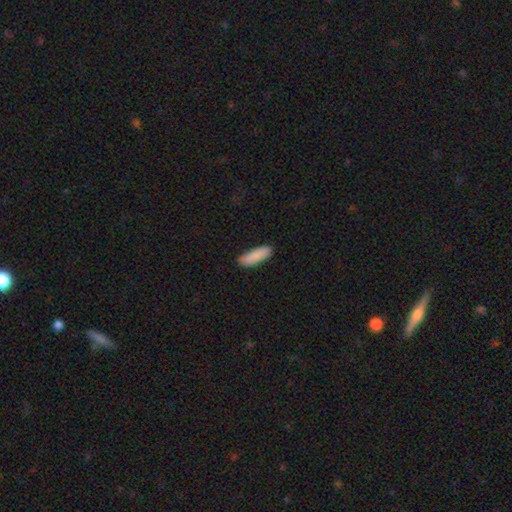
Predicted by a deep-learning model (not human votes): Smooth or featured? smooth (89%)
How rounded? in between (52%)
Merging? none (87%)